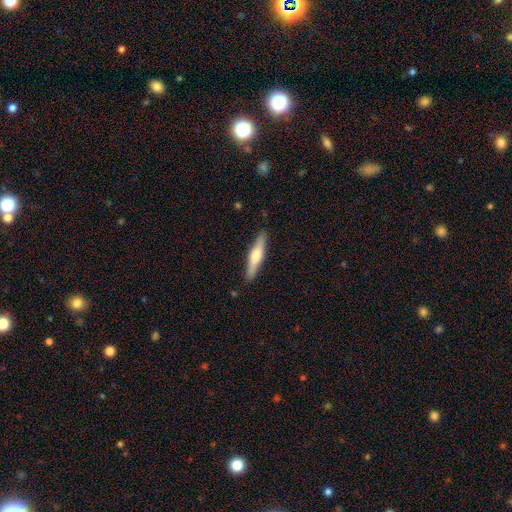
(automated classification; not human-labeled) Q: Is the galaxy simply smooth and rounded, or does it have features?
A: smooth — 50%.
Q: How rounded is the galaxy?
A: cigar-shaped — 83%.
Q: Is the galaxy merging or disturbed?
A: none — 89%.